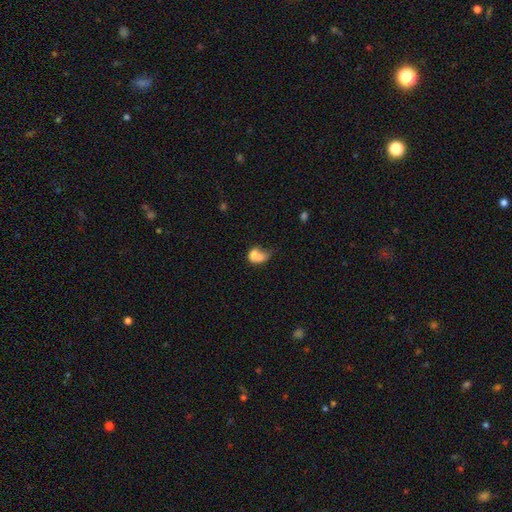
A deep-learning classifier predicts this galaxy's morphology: Smooth or featured? smooth (68%)
How rounded? in between (69%)
Merging? merger (53%)